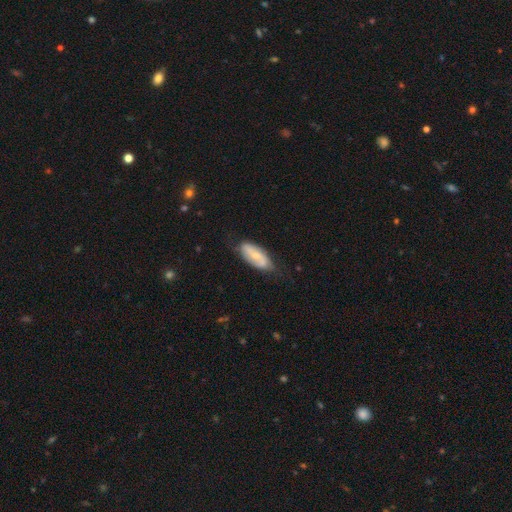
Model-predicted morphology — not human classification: Smooth or featured?
  - featured or disk: 53% *
  - smooth: 41%
  - star or artifact: 6%
Edge-on disk?
  - no: 91% *
  - yes: 9%
Merging?
  - none: 69% *
  - minor disturbance: 24%
  - major disturbance: 5%
  - merger: 2%